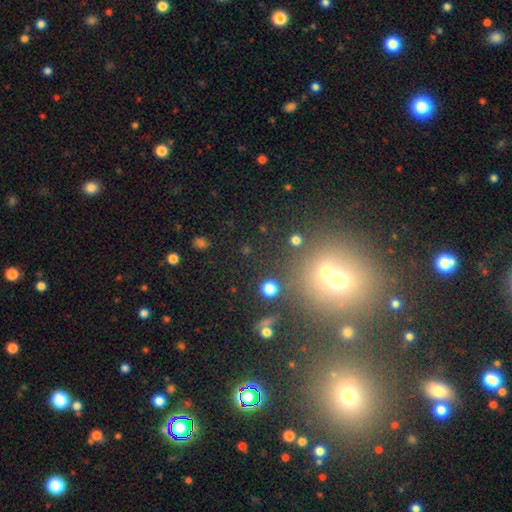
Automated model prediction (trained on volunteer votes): This is marginally a star or artifact rather than a galaxy (44%).